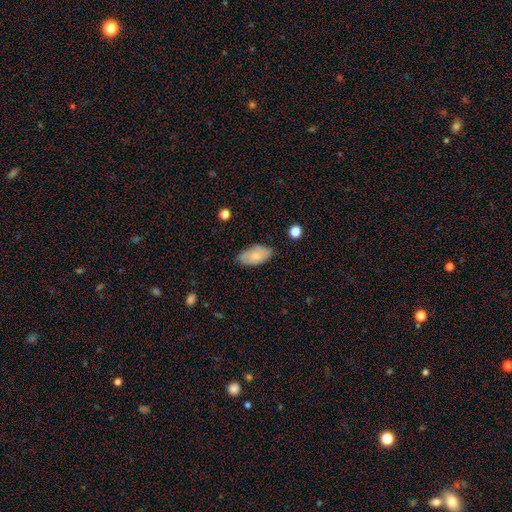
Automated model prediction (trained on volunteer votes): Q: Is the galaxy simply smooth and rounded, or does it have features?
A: smooth — 68%.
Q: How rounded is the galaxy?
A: in between — 93%.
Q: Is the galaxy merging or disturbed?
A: none — 75%.